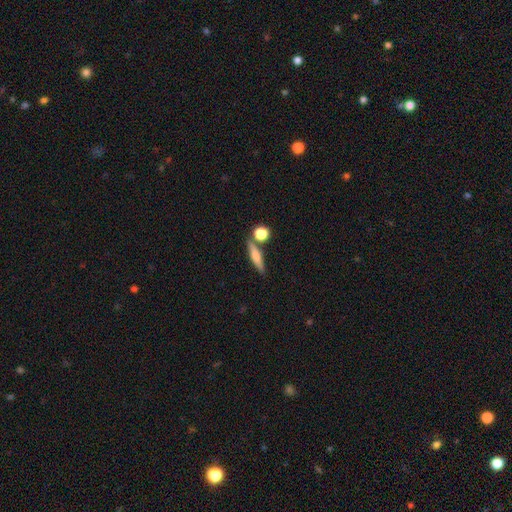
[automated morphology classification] Smooth or featured? Predicted: smooth (p=0.57). How rounded? Predicted: cigar-shaped (p=0.70). Merging? Predicted: none (p=0.72).